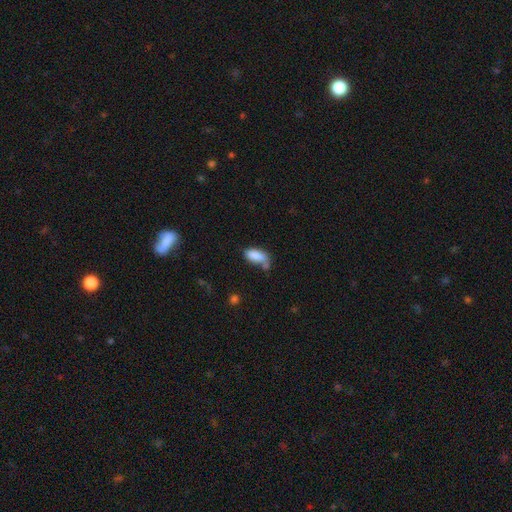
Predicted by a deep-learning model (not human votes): Morphology: type=smooth (84%); roundness=in between (86%); merging=none (45%).